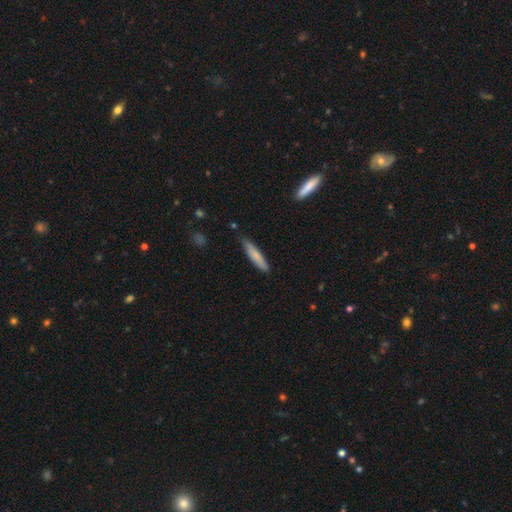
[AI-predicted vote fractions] A smooth galaxy with no disk features (79%) that is cigar-shaped (88%).

Vote fractions:
- Smooth or featured? smooth: 79% / featured or disk: 16% / star or artifact: 6%
- How rounded? cigar-shaped: 88% / in between: 11% / round: 1%
- Merging? none: 78% / minor disturbance: 18% / major disturbance: 2% / merger: 2%